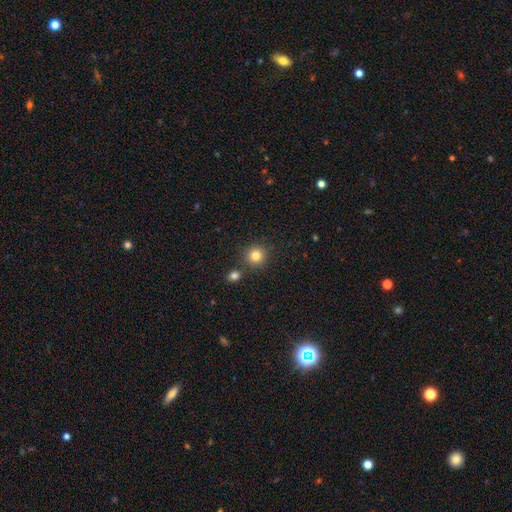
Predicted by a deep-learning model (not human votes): Smooth or featured?
  - smooth: 82% *
  - star or artifact: 12%
  - featured or disk: 6%
How rounded?
  - round: 92% *
  - in between: 7%
  - cigar-shaped: 1%
Merging?
  - none: 81% *
  - merger: 9%
  - minor disturbance: 8%
  - major disturbance: 3%